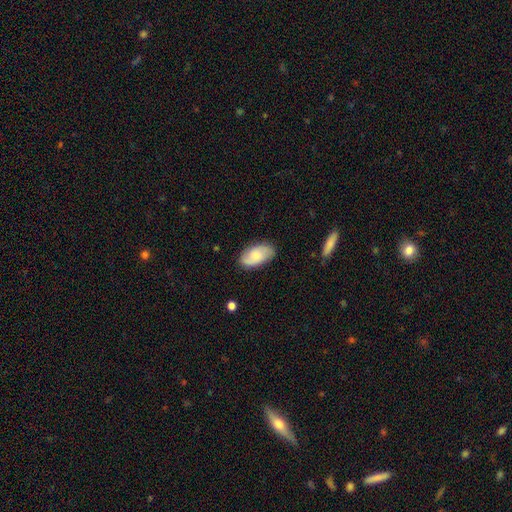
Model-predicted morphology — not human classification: Smooth or featured?
  - smooth: 55% *
  - featured or disk: 38%
  - star or artifact: 7%
How rounded?
  - in between: 94% *
  - round: 4%
  - cigar-shaped: 2%
Merging?
  - none: 80% *
  - minor disturbance: 15%
  - major disturbance: 3%
  - merger: 1%